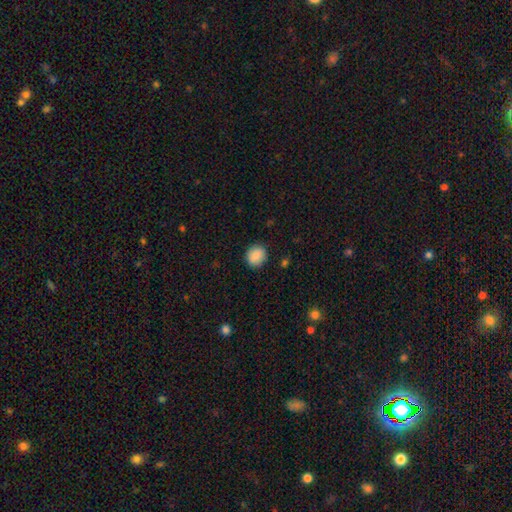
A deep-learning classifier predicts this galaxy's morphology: Q: Smooth or featured?
A: smooth (88%); runner-up: star or artifact (8%)
Q: How rounded?
A: round (78%); runner-up: in between (22%)
Q: Merging?
A: none (88%); runner-up: minor disturbance (8%)